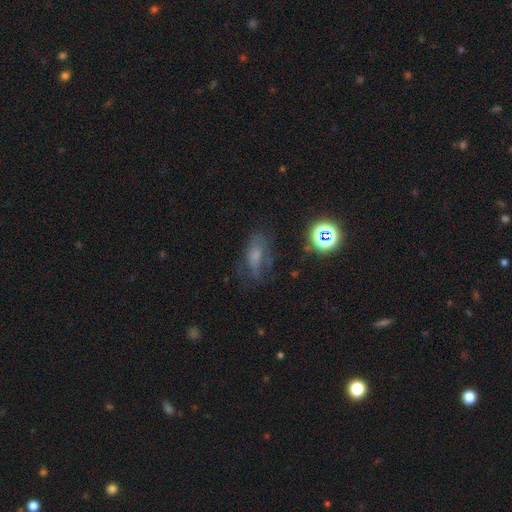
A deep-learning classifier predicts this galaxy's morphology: Smooth or featured? Predicted: smooth (p=0.42). Merging? Predicted: none (p=0.56).